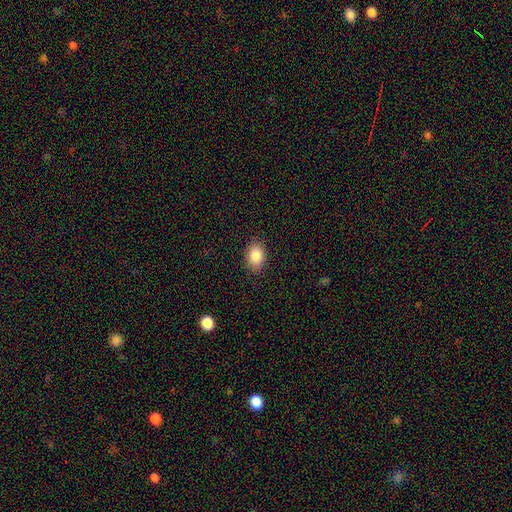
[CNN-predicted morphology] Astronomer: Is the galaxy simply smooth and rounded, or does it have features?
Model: smooth — 85%.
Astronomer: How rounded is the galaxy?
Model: in between — 77%.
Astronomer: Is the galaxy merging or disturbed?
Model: none — 87%.